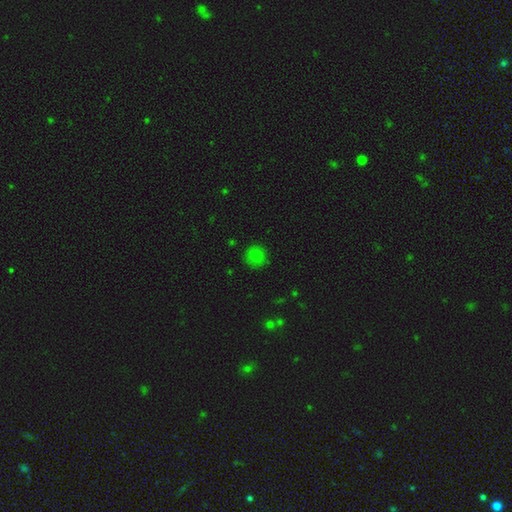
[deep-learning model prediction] Morphology: type=smooth (81%); roundness=round (91%); merging=none (86%).